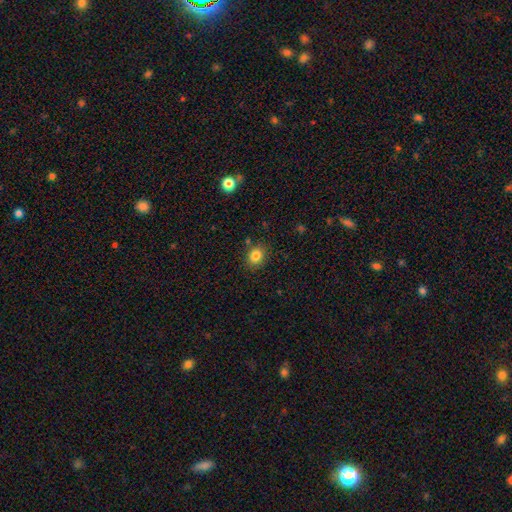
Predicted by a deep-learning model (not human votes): Overall: smooth (83%). How rounded: round (59%; in between 40%). Merging: none (83%).